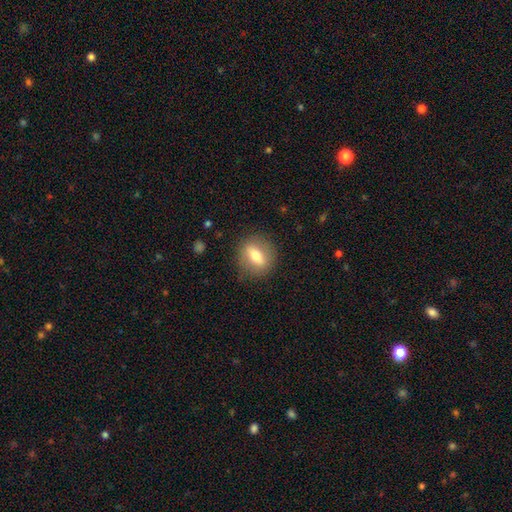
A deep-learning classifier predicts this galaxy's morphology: This is possibly a smooth galaxy (59%). How rounded: possibly in between (48%). Merging: clearly none (84%).